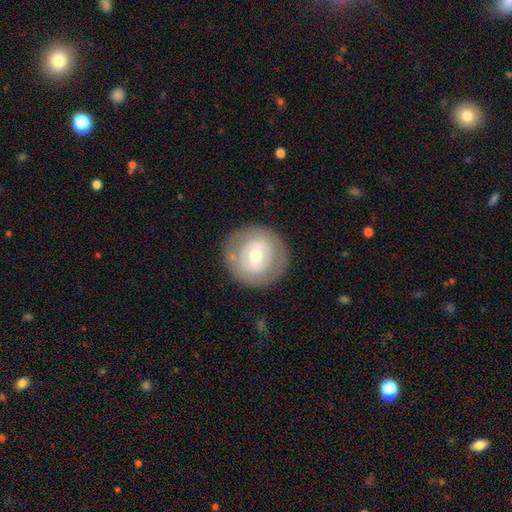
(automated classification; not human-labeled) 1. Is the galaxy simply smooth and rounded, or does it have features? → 50% featured or disk, 44% smooth, 6% star or artifact.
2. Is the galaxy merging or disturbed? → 85% none, 10% minor disturbance, 4% major disturbance, 1% merger.